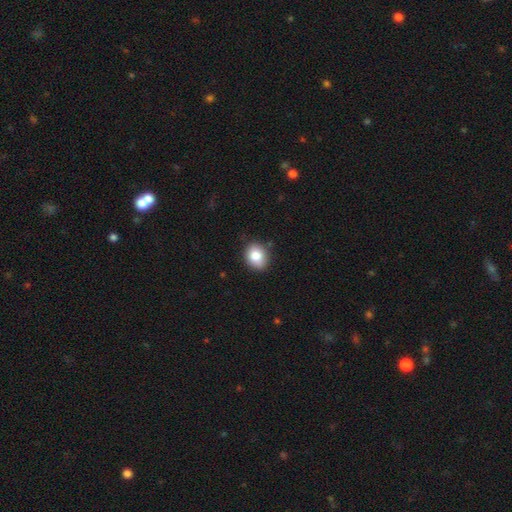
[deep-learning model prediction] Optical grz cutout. It shows a smooth galaxy with no disk features (84%) that is round (50%). Merging: none (83%).